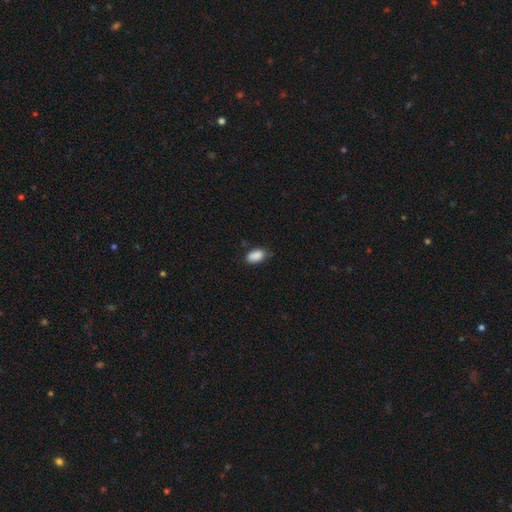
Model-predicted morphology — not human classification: Smooth or featured? smooth (89%)
How rounded? in between (92%)
Merging? none (73%)